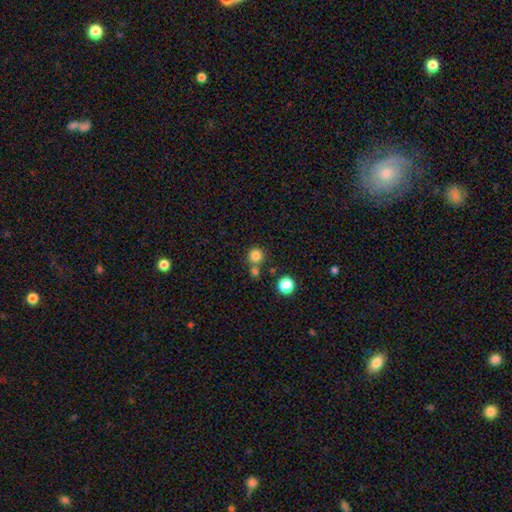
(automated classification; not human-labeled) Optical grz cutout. It shows a smooth galaxy with no disk features (81%) that is round (94%). Merging: none (69%).